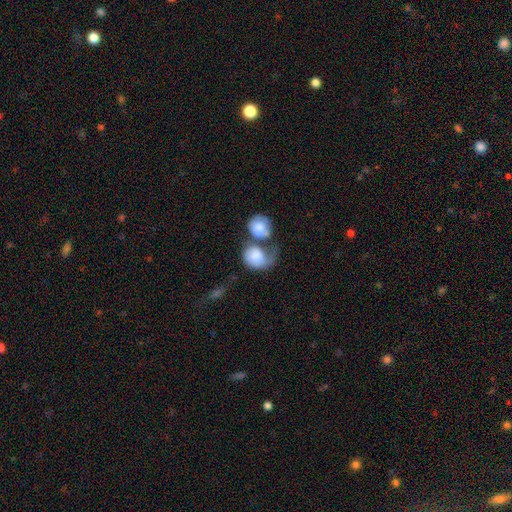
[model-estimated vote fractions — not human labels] Q: Smooth or featured?
A: smooth (72%); runner-up: featured or disk (22%)
Q: How rounded?
A: round (61%); runner-up: in between (38%)
Q: Merging?
A: merger (53%); runner-up: major disturbance (22%)